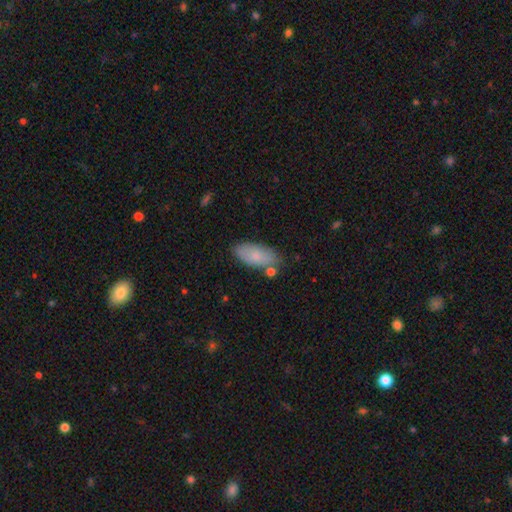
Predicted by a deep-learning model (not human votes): Morphology: type=smooth (79%); roundness=in between (89%); merging=none (75%).